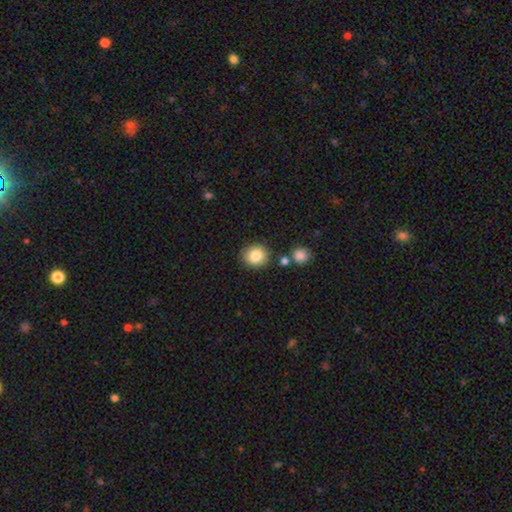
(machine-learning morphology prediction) Smooth or featured: smooth — 83% (star or artifact — 9%)
How rounded: round — 80% (in between — 19%)
Merging: none — 82% (minor disturbance — 9%)